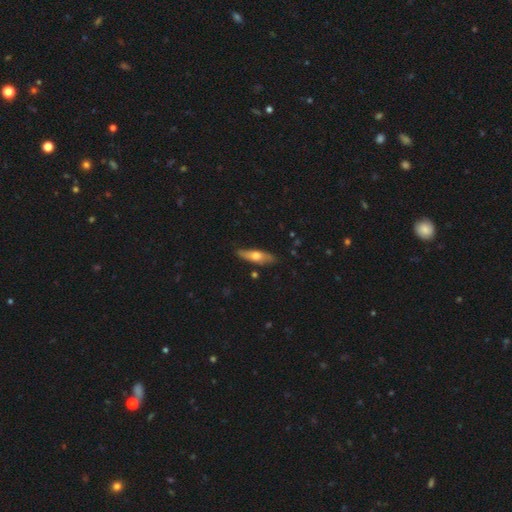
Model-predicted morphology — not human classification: Smooth or featured?
  - smooth: 56% *
  - featured or disk: 38%
  - star or artifact: 6%
How rounded?
  - cigar-shaped: 59% *
  - in between: 39%
  - round: 3%
Merging?
  - none: 83% *
  - minor disturbance: 13%
  - major disturbance: 2%
  - merger: 2%